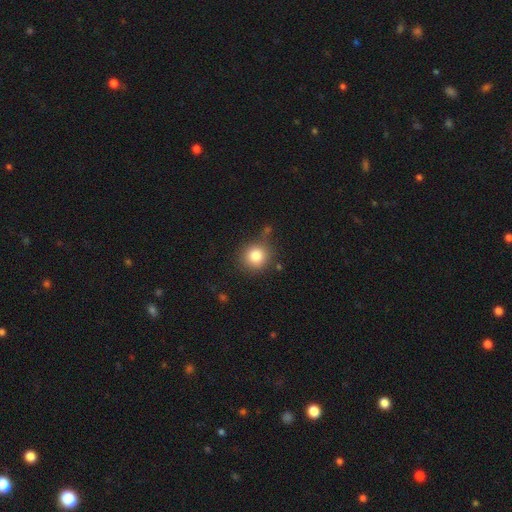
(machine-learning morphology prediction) This appears to be a smooth galaxy with no disk features (83%) that is round (89%). Merging: none (76%).